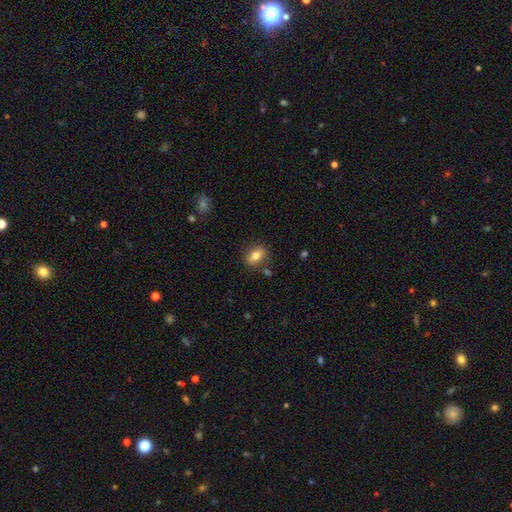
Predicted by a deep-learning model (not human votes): Smooth or featured? smooth (75%)
How rounded? in between (76%)
Merging? none (82%)